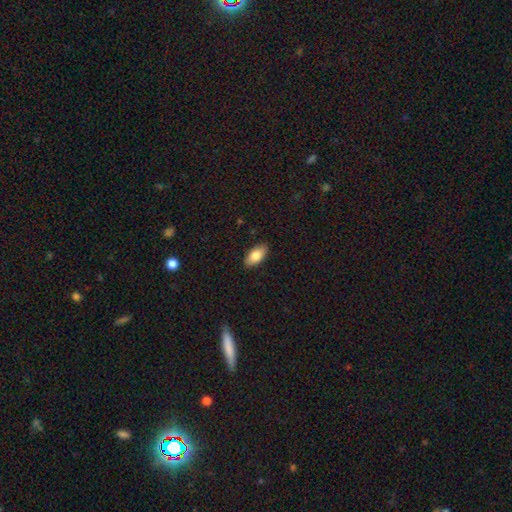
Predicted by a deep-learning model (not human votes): smooth-or-featured: smooth: 83% | featured or disk: 11% | star or artifact: 7%
  how-rounded: in between: 92% | cigar-shaped: 6% | round: 2%
  merging: none: 89% | minor disturbance: 8% | major disturbance: 2% | merger: 1%